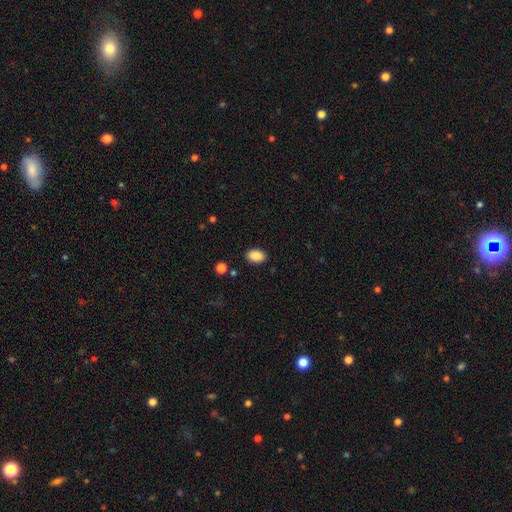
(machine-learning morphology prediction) Overall: smooth (88%). How rounded: in between (82%). Merging: none (87%).